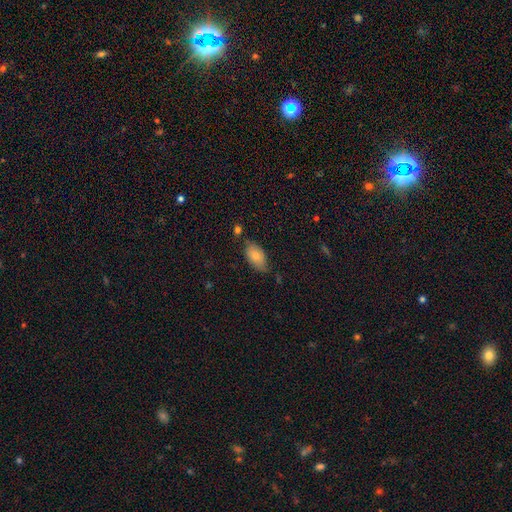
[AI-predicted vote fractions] Smooth or featured? Predicted: smooth (p=0.77). How rounded? Predicted: in between (p=0.93). Merging? Predicted: none (p=0.64).